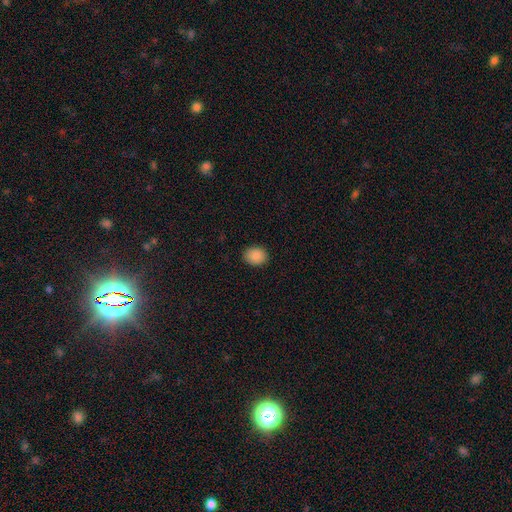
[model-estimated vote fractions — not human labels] Smooth or featured?
  - smooth: 88% *
  - star or artifact: 9%
  - featured or disk: 4%
How rounded?
  - round: 58% *
  - in between: 41%
  - cigar-shaped: 1%
Merging?
  - none: 90% *
  - minor disturbance: 7%
  - major disturbance: 2%
  - merger: 1%